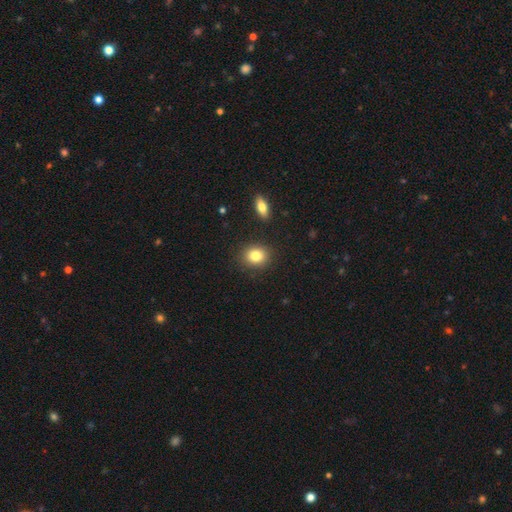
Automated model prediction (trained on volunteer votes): smooth 83%, star or artifact 9%, featured or disk 7%. Down the decision tree: how rounded — round (62%); merging — none (88%).